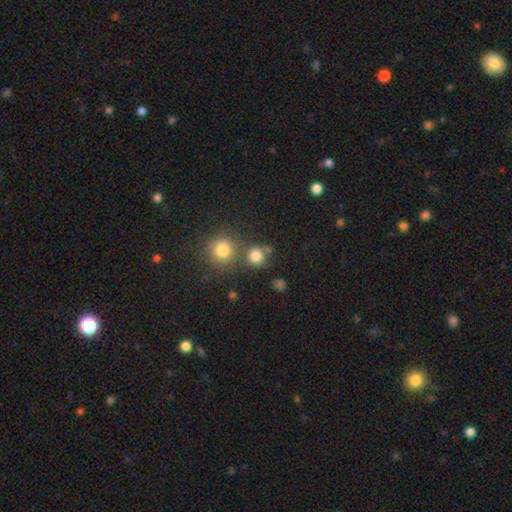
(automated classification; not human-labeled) smooth_or_featured: smooth (p=0.80) [alt: star or artifact p=0.15]
how_rounded: round (p=0.89) [alt: in between p=0.10]
merging: none (p=0.67) [alt: merger p=0.20]